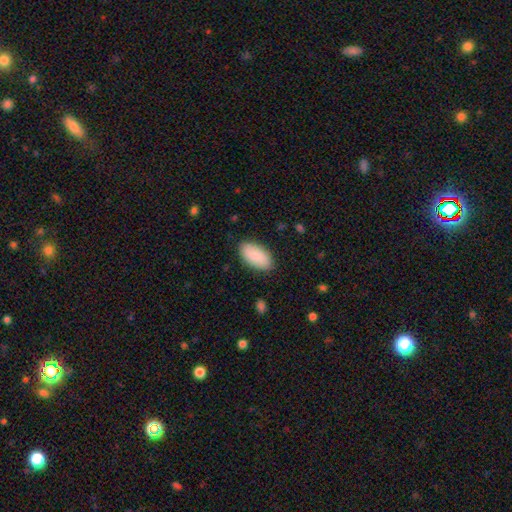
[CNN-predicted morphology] The model was most divided on "merging": none: 86%, minor disturbance: 10%, major disturbance: 2%, merger: 1%. More confident: how rounded — in between (95%); smooth or featured — smooth (87%).